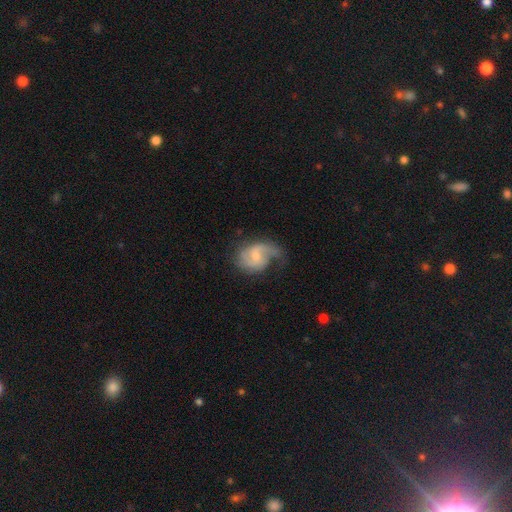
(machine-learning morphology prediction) The model was most divided on "spiral winding": medium: 43%, loose: 42%, tight: 15%. Remaining: edge-on disk — no (98%); spiral arms — yes (93%); smooth or featured — featured or disk (76%); spiral arm count — 2 (65%); bar — weak (50%); bulge size — small (45%); merging — none (44%).